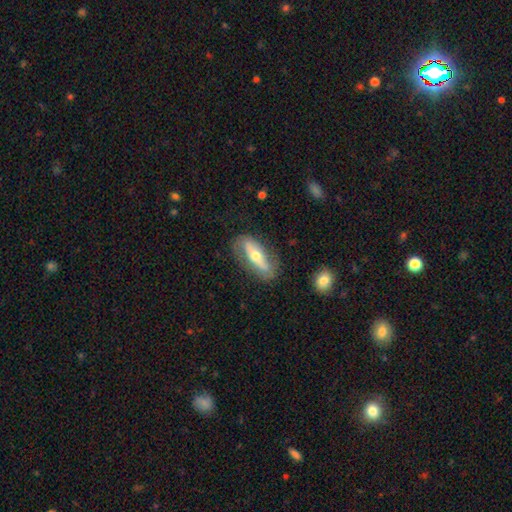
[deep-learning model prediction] Smooth or featured: featured or disk — 57% (smooth — 38%)
Edge-on disk: no — 52% (yes — 48%)
Merging: none — 76% (minor disturbance — 16%)